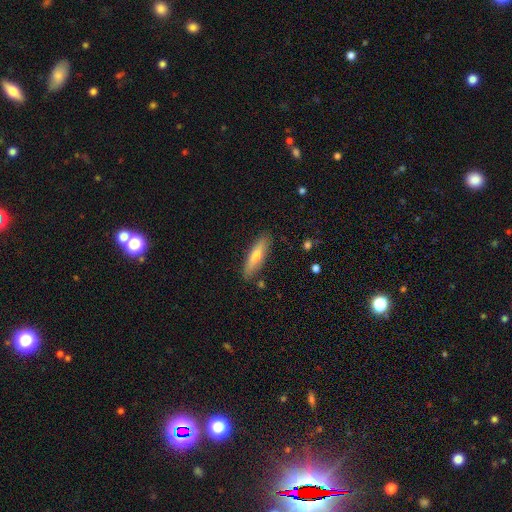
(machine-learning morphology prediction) This appears to be a smooth galaxy with no disk features (62%) that is cigar-shaped (71%). Merging: none (87%).